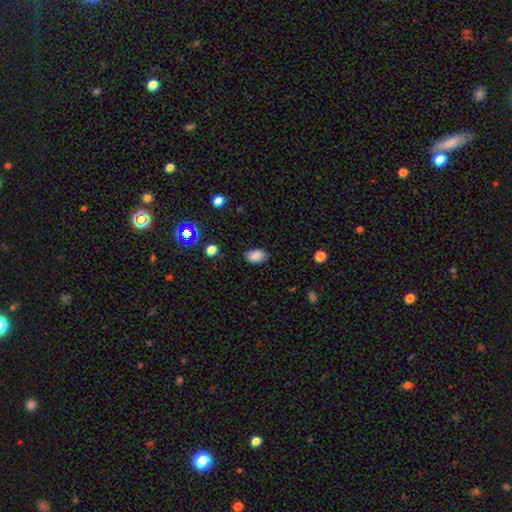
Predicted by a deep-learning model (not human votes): smooth 86%, star or artifact 10%, featured or disk 5%. Down the decision tree: how rounded — in between (91%); merging — none (84%).